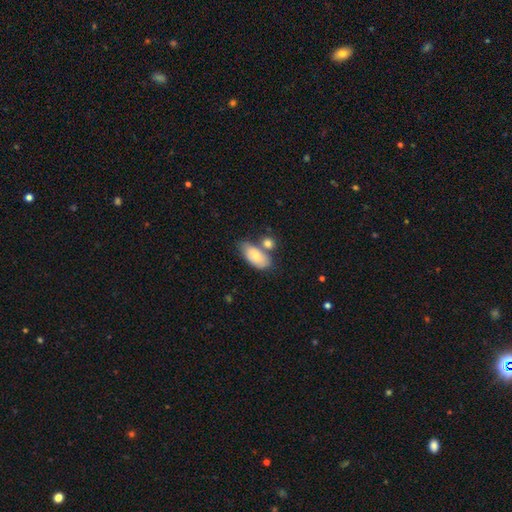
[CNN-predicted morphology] This appears to be a smooth galaxy with no disk features (76%) that is in between round and cigar-shaped (91%). Merging: none (47%).